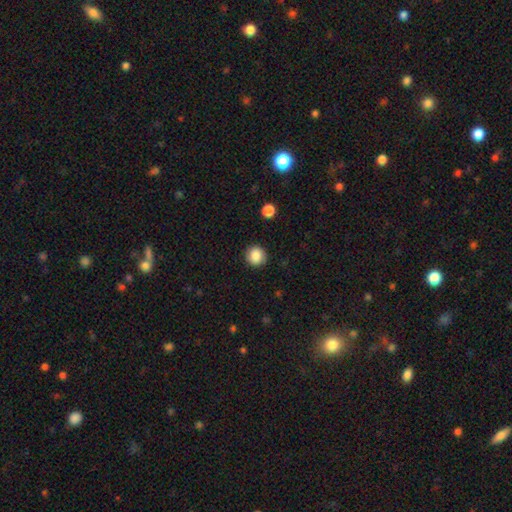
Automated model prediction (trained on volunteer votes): Smooth or featured? Predicted: smooth (p=0.85). How rounded? Predicted: round (p=0.92). Merging? Predicted: none (p=0.90).